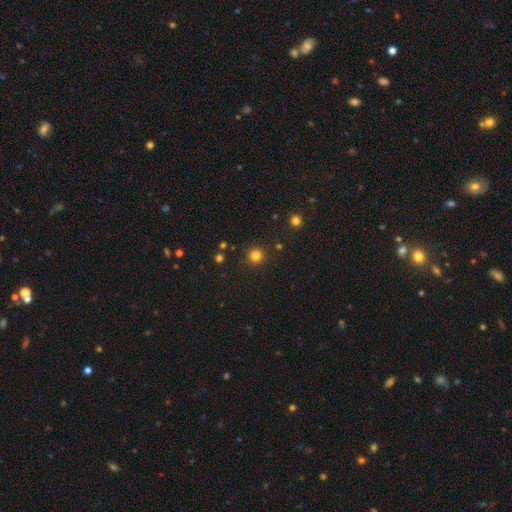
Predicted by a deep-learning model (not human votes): This is clearly a smooth galaxy (81%). How rounded: clearly round (95%). Merging: clearly none (90%).